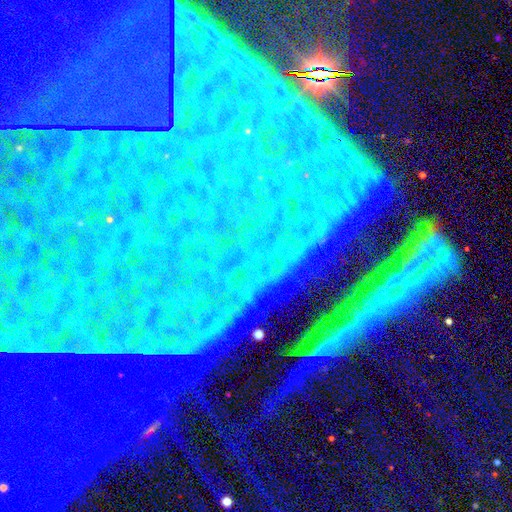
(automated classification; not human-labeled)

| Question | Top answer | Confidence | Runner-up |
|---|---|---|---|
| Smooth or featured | star or artifact | 86% | featured or disk (8%) |